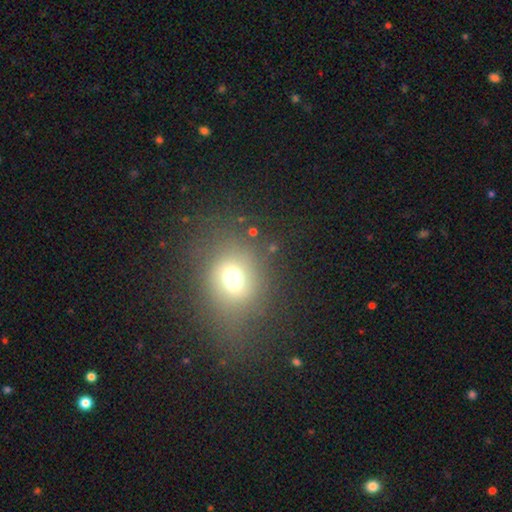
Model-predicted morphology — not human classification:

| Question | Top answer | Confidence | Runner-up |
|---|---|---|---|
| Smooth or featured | smooth | 62% | star or artifact (26%) |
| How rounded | round | 54% | in between (44%) |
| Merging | none | 78% | minor disturbance (14%) |